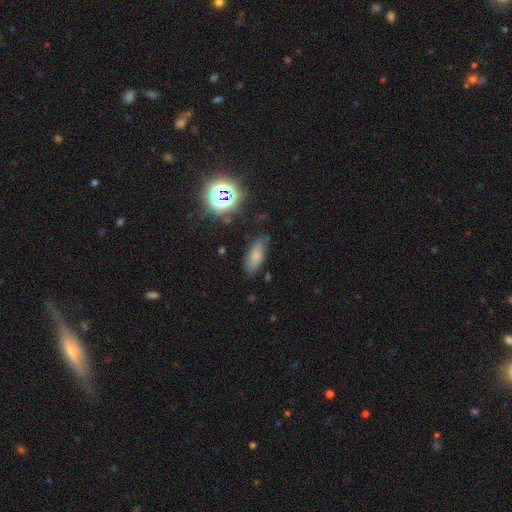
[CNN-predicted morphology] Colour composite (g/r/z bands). It shows a smooth galaxy with no disk features (68%) that is in between round and cigar-shaped (81%). Merging: none (74%).